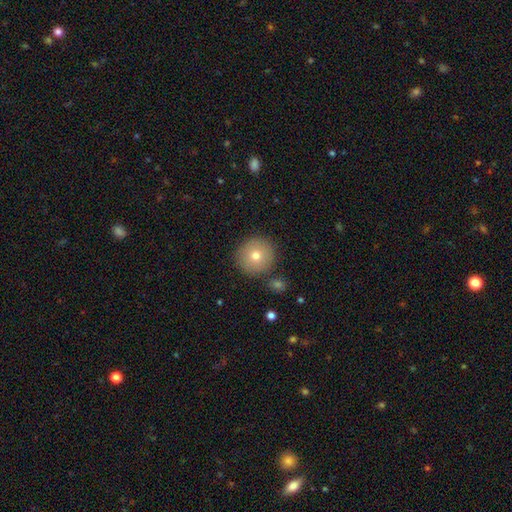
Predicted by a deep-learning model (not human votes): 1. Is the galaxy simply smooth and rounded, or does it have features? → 75% smooth, 14% featured or disk, 10% star or artifact.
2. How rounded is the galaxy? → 94% round, 5% in between, 1% cigar-shaped.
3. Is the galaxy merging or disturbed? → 86% none, 7% minor disturbance, 4% merger, 2% major disturbance.